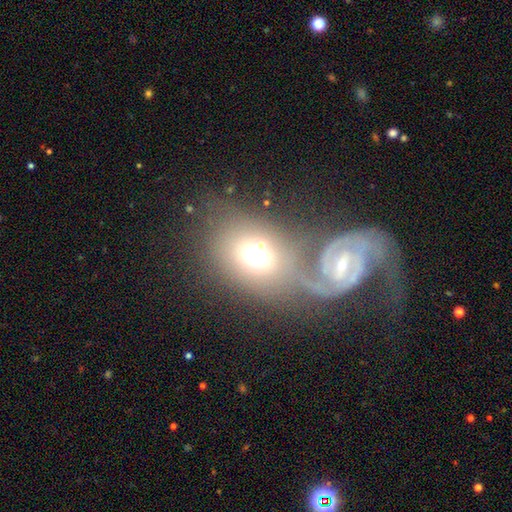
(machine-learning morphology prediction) A smooth galaxy with no disk features (53%) that is in between round and cigar-shaped (60%). Merging: merger (47%).